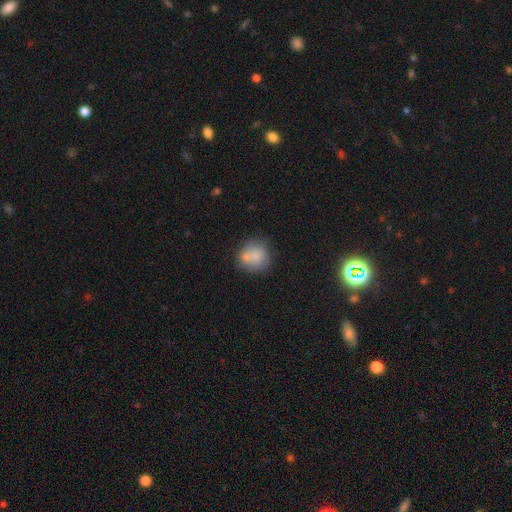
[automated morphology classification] smooth-or-featured: smooth: 74% | featured or disk: 18% | star or artifact: 9%
  how-rounded: round: 81% | in between: 18% | cigar-shaped: 1%
  merging: none: 50% | merger: 27% | minor disturbance: 17% | major disturbance: 6%